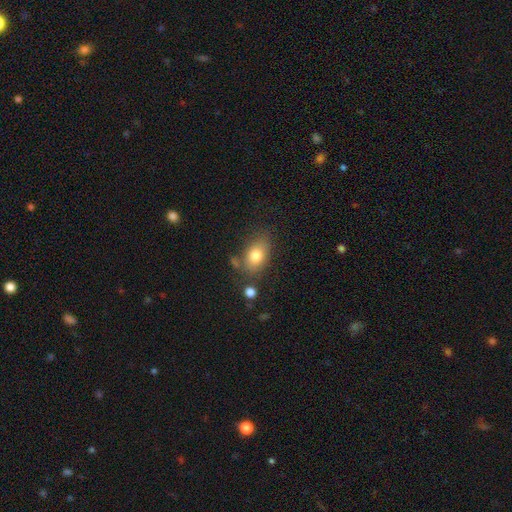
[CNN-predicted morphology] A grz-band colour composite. It shows a smooth galaxy with no disk features (78%) that is in between round and cigar-shaped (80%). Merging: none (67%).